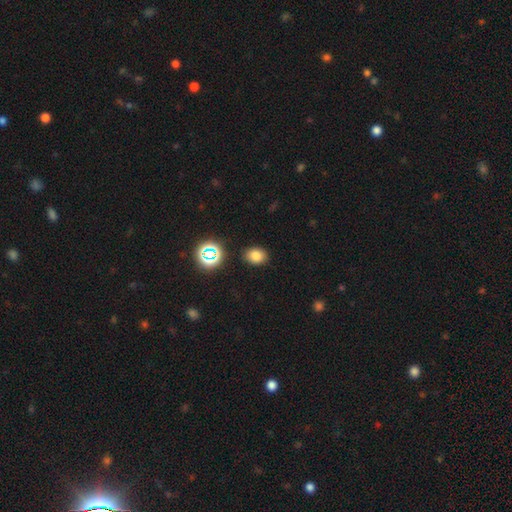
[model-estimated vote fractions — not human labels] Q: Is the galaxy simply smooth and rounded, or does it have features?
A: smooth — 77%.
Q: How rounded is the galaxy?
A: in between — 58%.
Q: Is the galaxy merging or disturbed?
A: none — 86%.